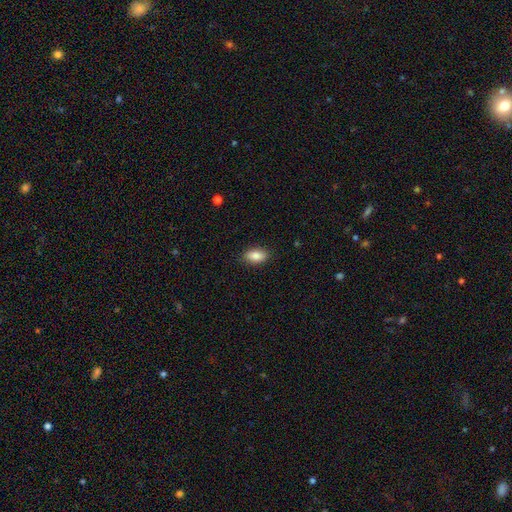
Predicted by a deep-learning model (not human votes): Smooth or featured? smooth (86%)
How rounded? in between (90%)
Merging? none (88%)